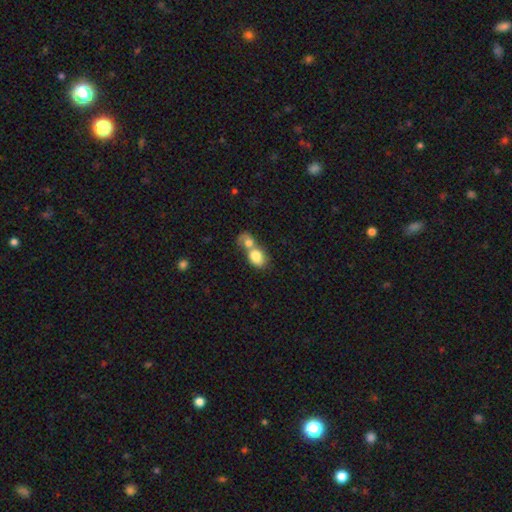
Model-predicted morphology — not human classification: This appears to be a smooth galaxy with no disk features (77%) that is in between round and cigar-shaped (64%). Merging: merger (76%).